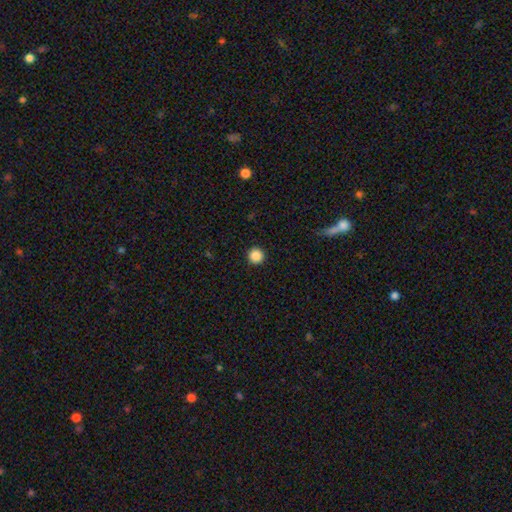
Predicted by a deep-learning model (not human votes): Smooth or featured? Predicted: smooth (p=0.88). How rounded? Predicted: round (p=0.96). Merging? Predicted: none (p=0.93).